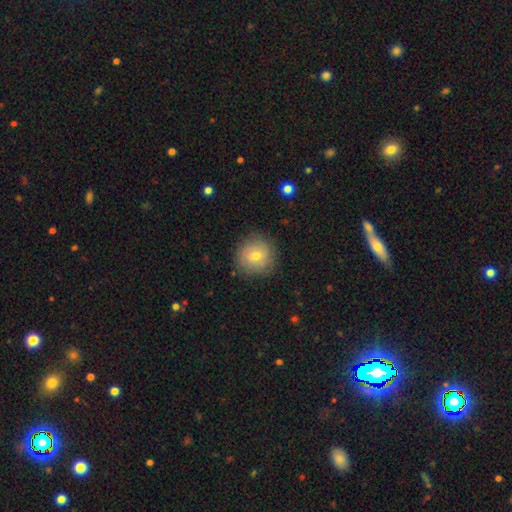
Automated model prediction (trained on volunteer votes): Smooth or featured? Predicted: smooth (p=0.59). How rounded? Predicted: round (p=0.91). Merging? Predicted: none (p=0.83).